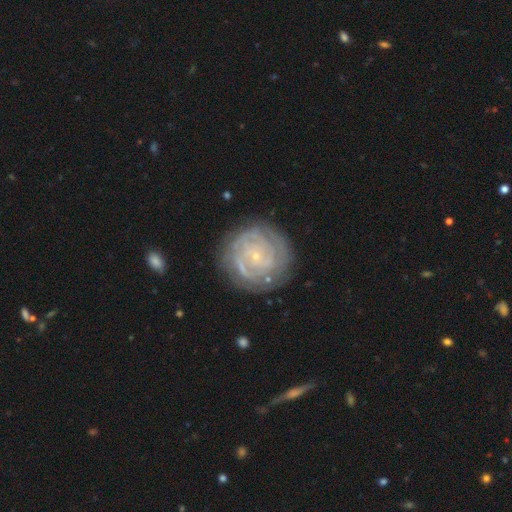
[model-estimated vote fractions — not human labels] Overall: featured or disk (84%). Edge-on disk: no (98%). Bar: no (77%). Spiral arms: yes (95%). Spiral arm count: can't tell (29%; 2 21%). Spiral winding: tight (82%). Bulge size: small (88%). Merging: none (80%).